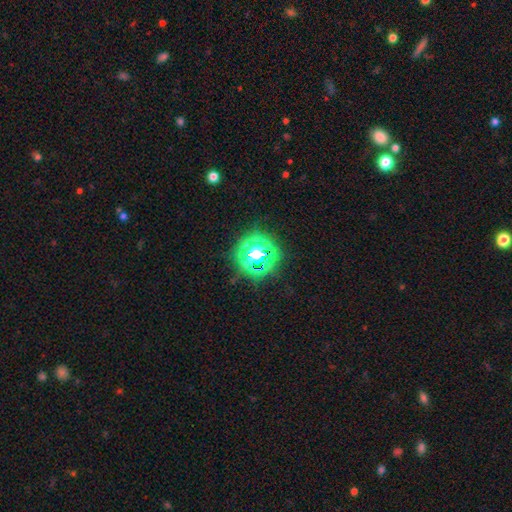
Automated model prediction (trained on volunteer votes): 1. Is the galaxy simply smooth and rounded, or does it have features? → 71% star or artifact, 21% smooth, 9% featured or disk.